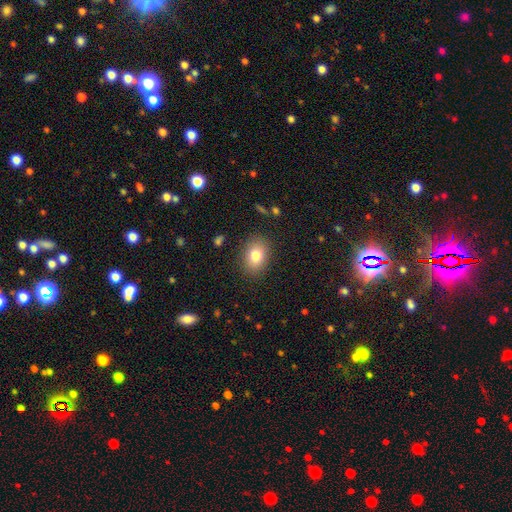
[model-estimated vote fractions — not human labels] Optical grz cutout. It shows a smooth galaxy with no disk features (80%) that is in between round and cigar-shaped (75%). Merging: none (86%).